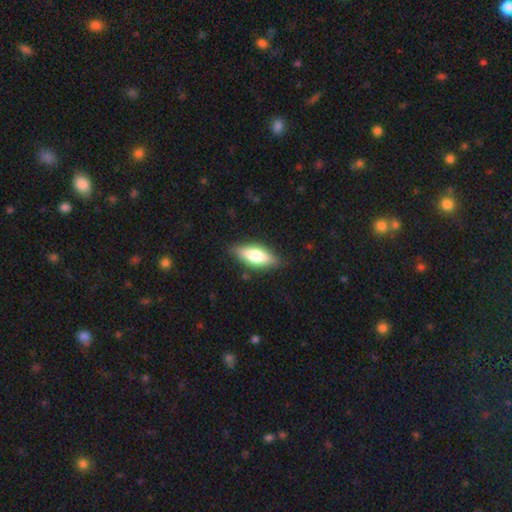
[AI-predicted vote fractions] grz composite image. It shows a smooth galaxy with no disk features (63%) that is in between round and cigar-shaped (69%). Merging: none (84%).